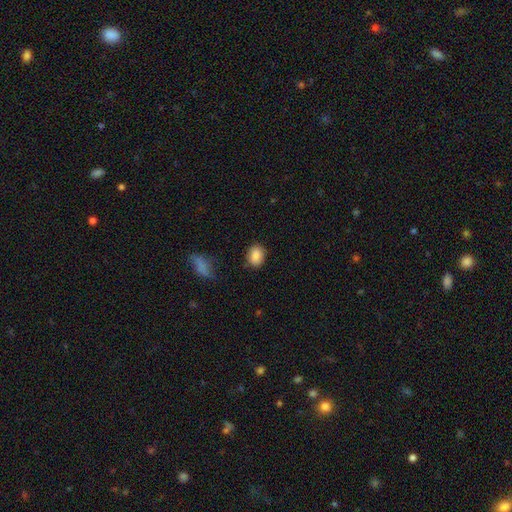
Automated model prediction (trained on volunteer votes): Overall: smooth (88%). How rounded: in between (62%; round 36%). Merging: none (83%).